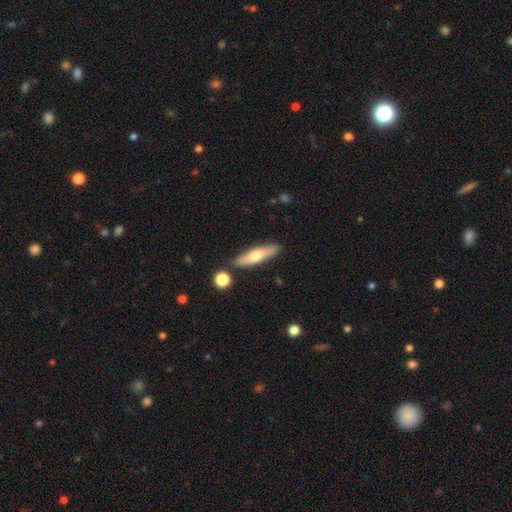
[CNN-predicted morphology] Smooth or featured?
  - smooth: 56% *
  - featured or disk: 38%
  - star or artifact: 6%
How rounded?
  - cigar-shaped: 71% *
  - in between: 26%
  - round: 2%
Merging?
  - none: 83% *
  - minor disturbance: 10%
  - merger: 5%
  - major disturbance: 2%